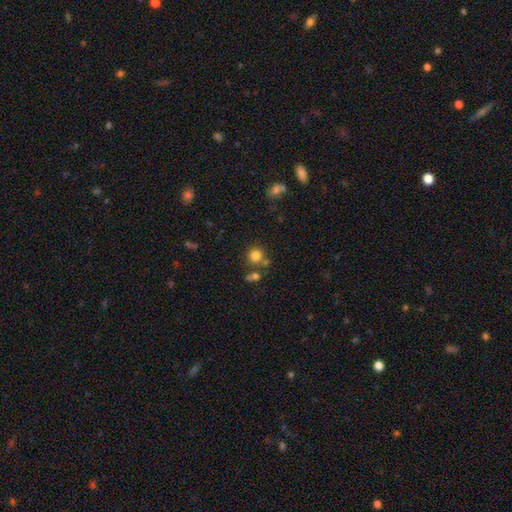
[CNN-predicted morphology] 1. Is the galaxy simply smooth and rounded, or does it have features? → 79% smooth, 13% star or artifact, 7% featured or disk.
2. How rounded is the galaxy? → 89% round, 10% in between, 1% cigar-shaped.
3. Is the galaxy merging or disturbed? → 68% none, 17% merger, 10% minor disturbance, 4% major disturbance.